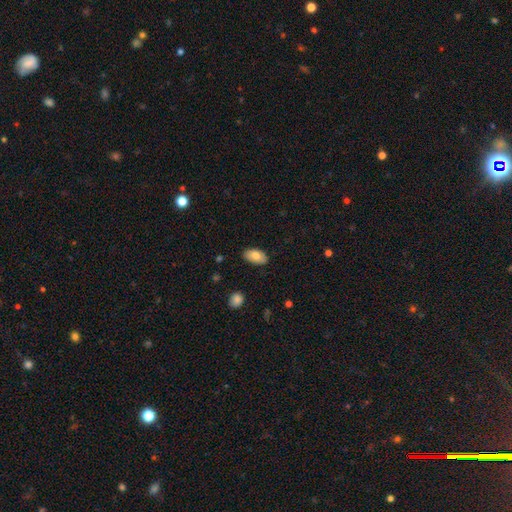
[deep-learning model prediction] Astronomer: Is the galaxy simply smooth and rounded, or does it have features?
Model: smooth — 78%.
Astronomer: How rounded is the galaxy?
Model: in between — 94%.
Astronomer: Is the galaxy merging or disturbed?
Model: none — 84%.